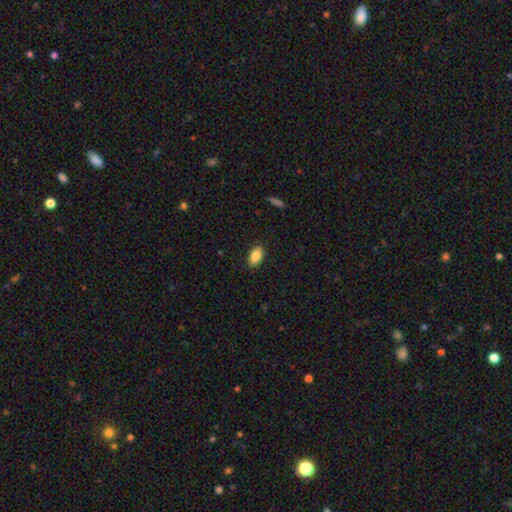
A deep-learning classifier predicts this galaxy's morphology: Smooth or featured? smooth (88%)
How rounded? in between (92%)
Merging? none (88%)